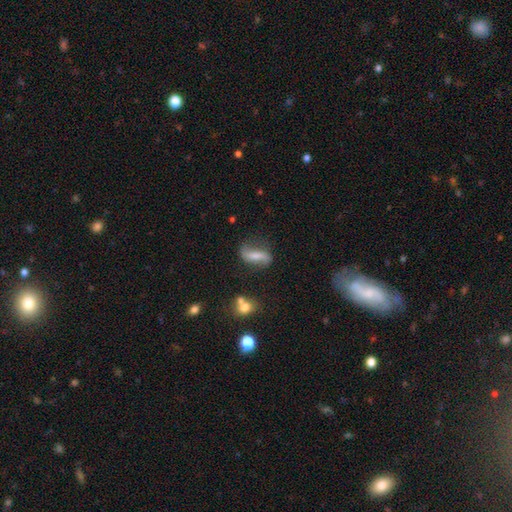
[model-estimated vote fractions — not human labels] featured or disk 58%, smooth 33%, star or artifact 8%. Down the decision tree: edge-on disk — no (89%); bar — strong (40%); spiral arms — yes (85%); bulge size — small (33%); merging — none (61%).